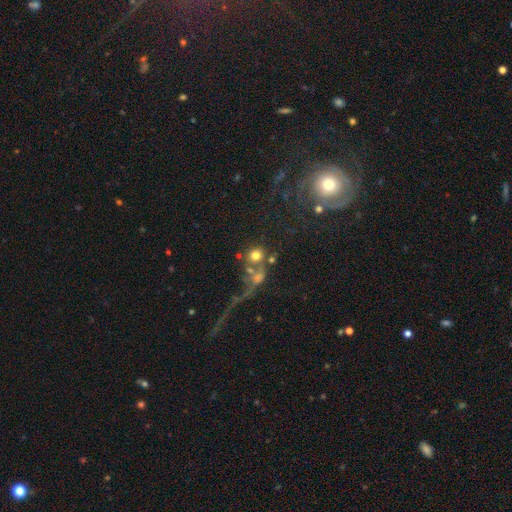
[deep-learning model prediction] Smooth or featured: smooth — 67% (star or artifact — 16%)
How rounded: round — 85% (in between — 13%)
Merging: none — 41% (merger — 34%)